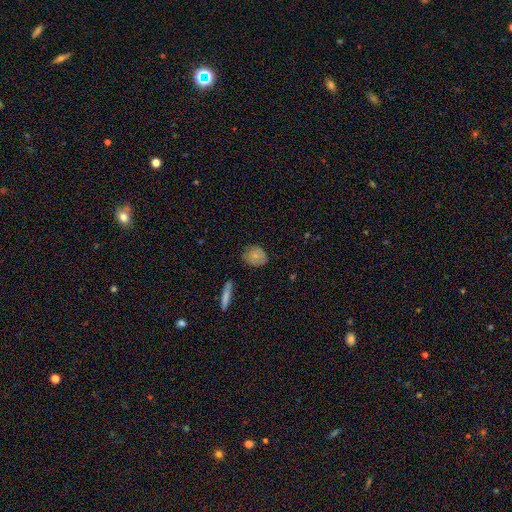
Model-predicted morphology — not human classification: This appears to be a smooth galaxy with no disk features (77%) that is round (57%). Merging: none (72%).